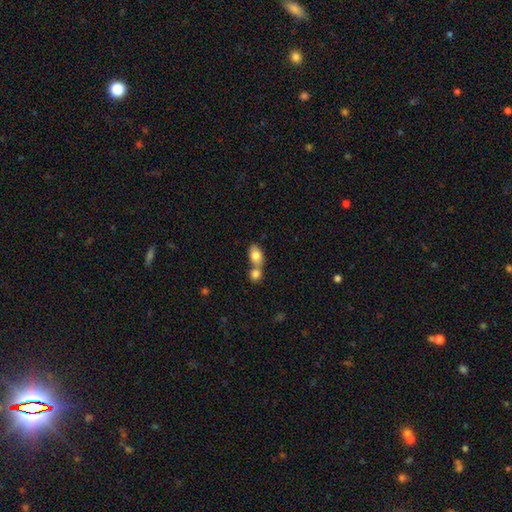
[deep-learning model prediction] Overall: smooth (80%). How rounded: in between (78%). Merging: merger (62%; none 28%).